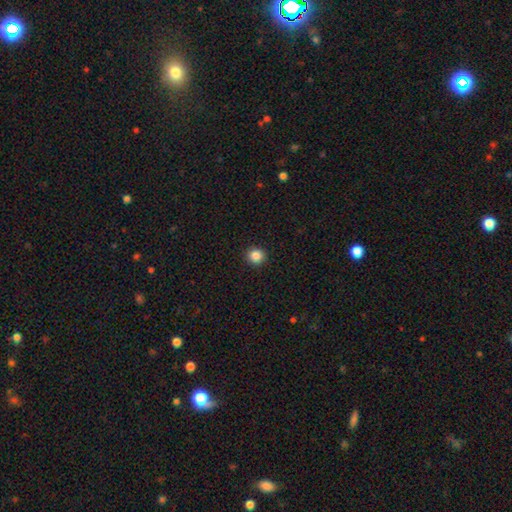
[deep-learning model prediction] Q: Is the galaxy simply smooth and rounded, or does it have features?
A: smooth — 86%.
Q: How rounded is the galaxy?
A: round — 93%.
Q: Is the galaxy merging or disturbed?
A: none — 93%.